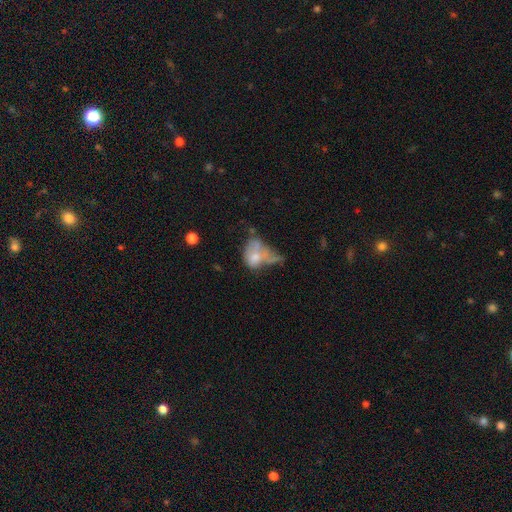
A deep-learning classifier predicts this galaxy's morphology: smooth_or_featured: smooth (p=0.58) [alt: featured or disk p=0.32]
how_rounded: in between (p=0.72) [alt: round p=0.26]
merging: major disturbance (p=0.34) [alt: merger p=0.33]